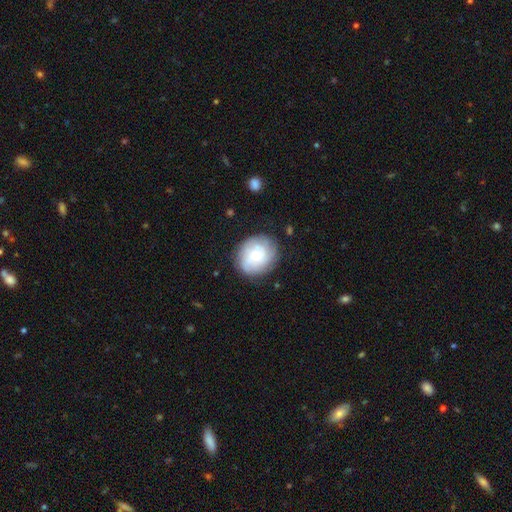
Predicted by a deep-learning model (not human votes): smooth_or_featured: smooth (p=0.54) [alt: featured or disk p=0.39]
how_rounded: round (p=0.73) [alt: in between p=0.26]
merging: none (p=0.77) [alt: minor disturbance p=0.16]